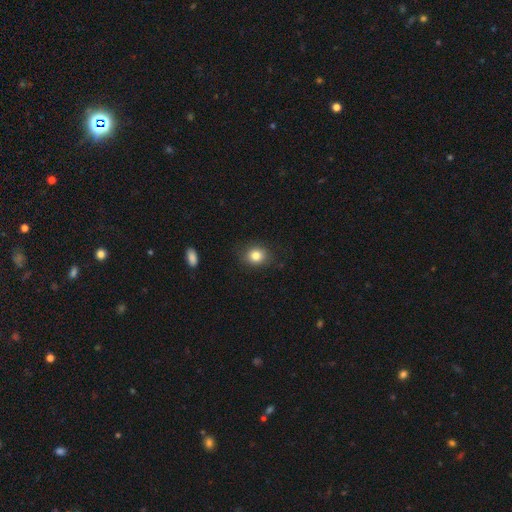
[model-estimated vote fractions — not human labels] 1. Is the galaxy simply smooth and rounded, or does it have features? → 82% smooth, 11% star or artifact, 7% featured or disk.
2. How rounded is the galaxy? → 69% round, 30% in between, 1% cigar-shaped.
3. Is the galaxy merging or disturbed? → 85% none, 11% minor disturbance, 3% major disturbance, 1% merger.